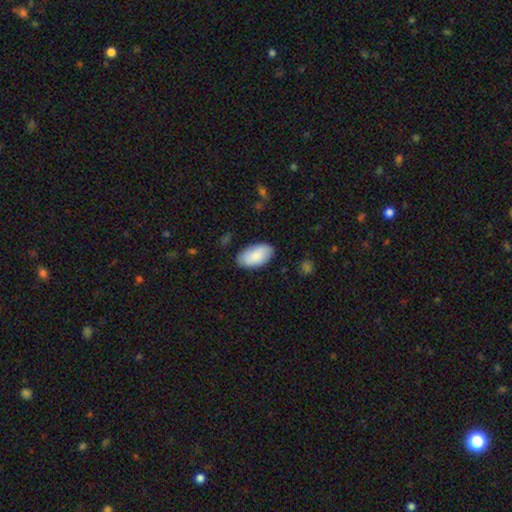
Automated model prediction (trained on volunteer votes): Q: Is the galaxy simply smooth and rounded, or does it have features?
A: smooth — 83%.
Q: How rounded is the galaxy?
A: in between — 95%.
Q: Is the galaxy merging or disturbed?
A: none — 83%.